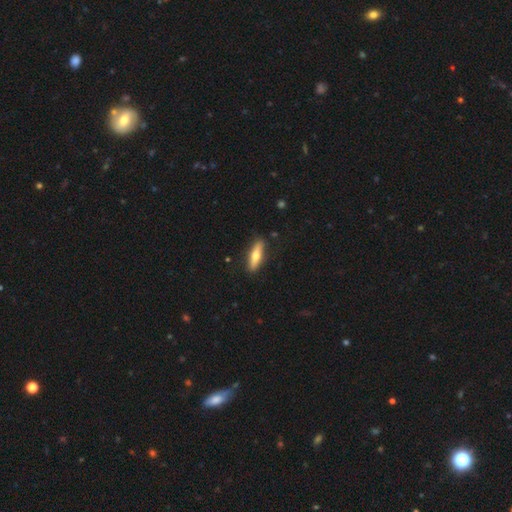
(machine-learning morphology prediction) This is possibly a smooth galaxy (55%). How rounded: likely cigar-shaped (69%). Merging: clearly none (87%).